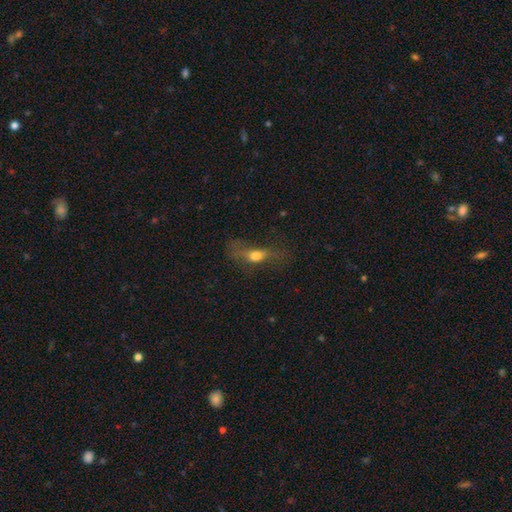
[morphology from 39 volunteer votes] type=smooth (62%); roundness=in between (58%); merging=major disturbance (43%).